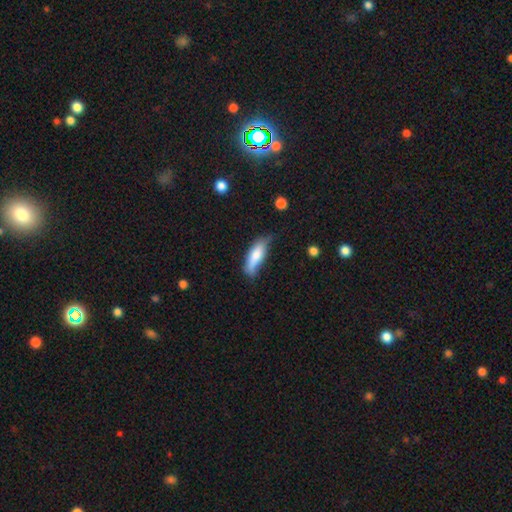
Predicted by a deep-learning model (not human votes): This appears to be a smooth galaxy with no disk features (75%) that is in between round and cigar-shaped (55%). Merging: none (50%).